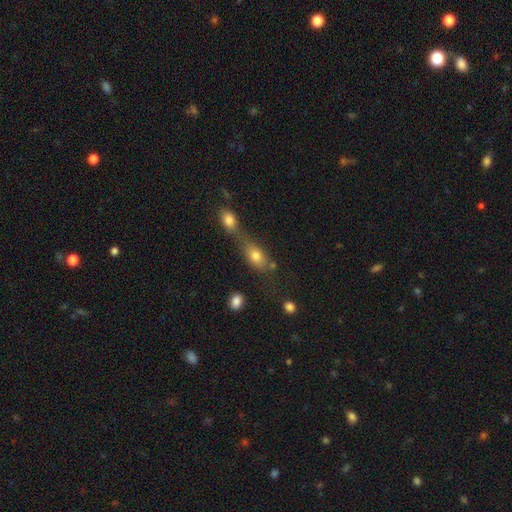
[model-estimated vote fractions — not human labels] A smooth galaxy with no disk features (76%) that is in between round and cigar-shaped (76%).

Vote fractions:
- Smooth or featured? smooth: 76% / featured or disk: 14% / star or artifact: 10%
- How rounded? in between: 76% / round: 16% / cigar-shaped: 9%
- Merging? merger: 55% / none: 27% / minor disturbance: 10% / major disturbance: 7%